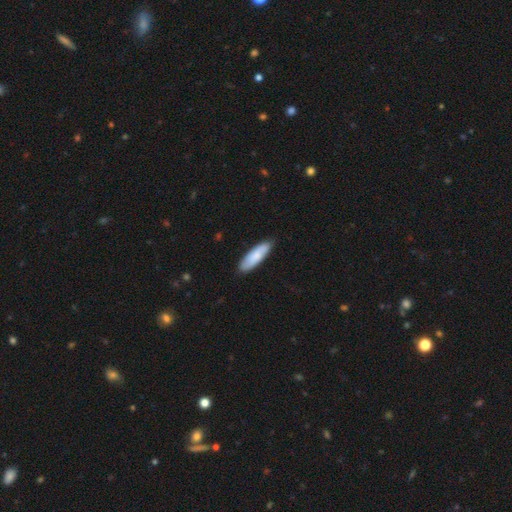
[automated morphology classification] Smooth or featured? smooth (78%)
How rounded? cigar-shaped (50%)
Merging? none (85%)